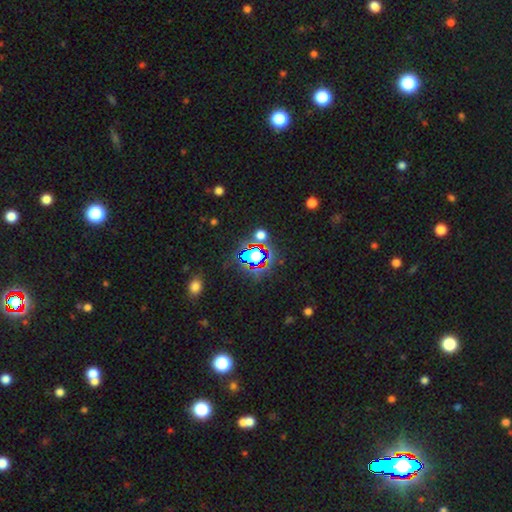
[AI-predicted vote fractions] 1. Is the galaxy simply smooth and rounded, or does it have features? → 66% star or artifact, 23% smooth, 11% featured or disk.